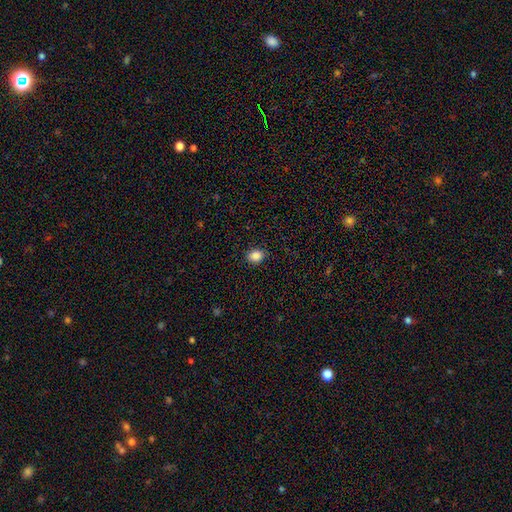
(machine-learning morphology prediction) smooth-or-featured: smooth: 87% | star or artifact: 10% | featured or disk: 4%
  how-rounded: round: 53% | in between: 46% | cigar-shaped: 1%
  merging: none: 89% | minor disturbance: 8% | major disturbance: 2% | merger: 1%